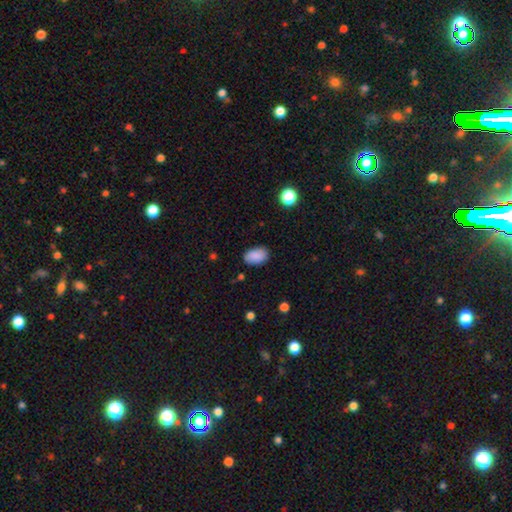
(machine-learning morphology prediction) Smooth or featured? Predicted: smooth (p=0.88). How rounded? Predicted: in between (p=0.91). Merging? Predicted: none (p=0.84).